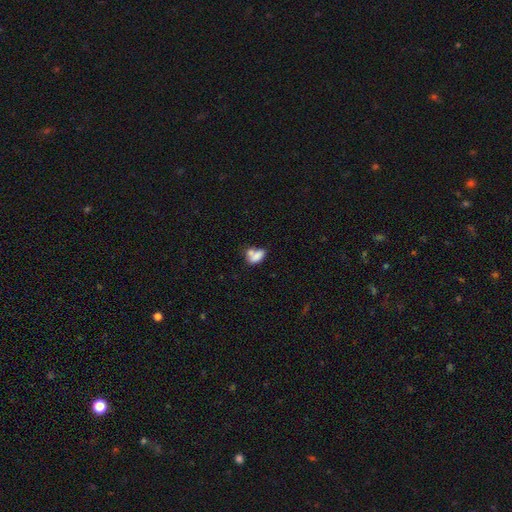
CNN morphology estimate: Smooth or featured?
  - smooth: 72% *
  - featured or disk: 18%
  - star or artifact: 10%
How rounded?
  - in between: 83% *
  - round: 12%
  - cigar-shaped: 5%
Merging?
  - merger: 52% *
  - none: 28%
  - minor disturbance: 13%
  - major disturbance: 8%